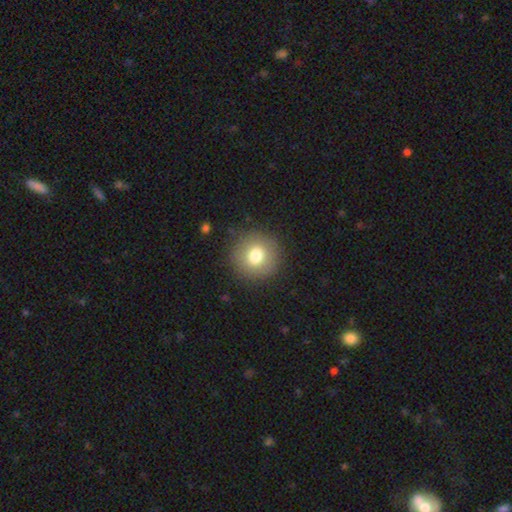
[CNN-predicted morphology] Smooth or featured? smooth (76%)
How rounded? round (94%)
Merging? none (88%)